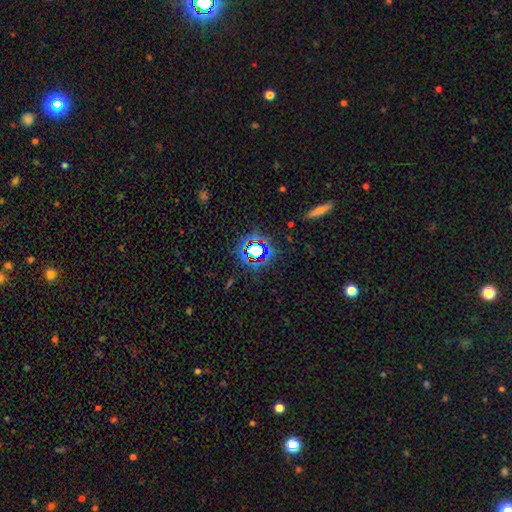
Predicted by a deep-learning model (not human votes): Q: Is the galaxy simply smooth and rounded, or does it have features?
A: star or artifact — 70%.